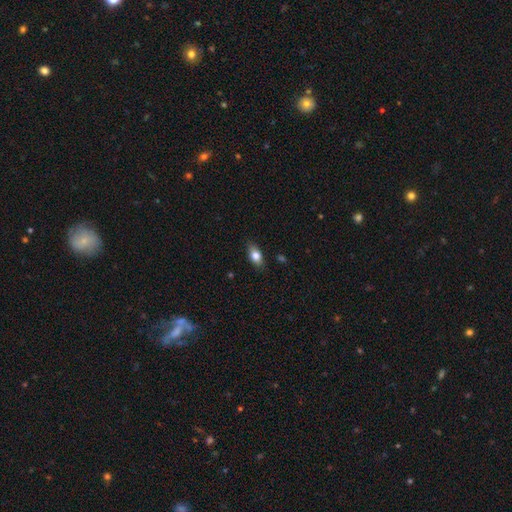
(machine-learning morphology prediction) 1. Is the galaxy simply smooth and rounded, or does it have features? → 79% smooth, 13% featured or disk, 8% star or artifact.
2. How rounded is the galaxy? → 86% in between, 8% round, 7% cigar-shaped.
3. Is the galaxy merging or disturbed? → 84% none, 12% minor disturbance, 2% major disturbance, 1% merger.